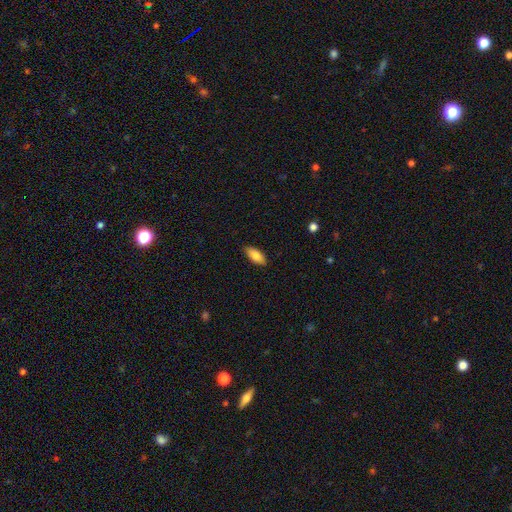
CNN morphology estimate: Smooth or featured? Predicted: smooth (p=0.84). How rounded? Predicted: in between (p=0.87). Merging? Predicted: none (p=0.88).